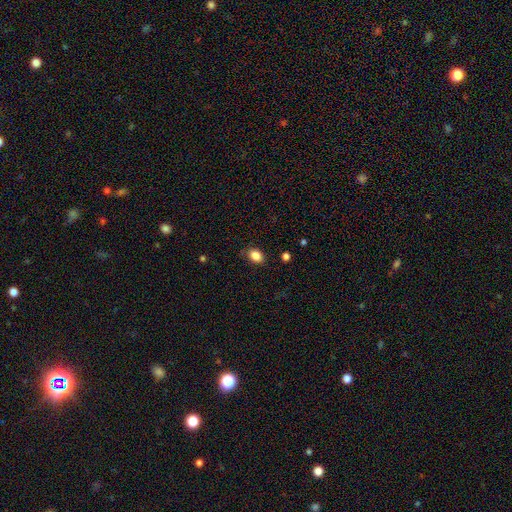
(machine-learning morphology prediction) A smooth galaxy with no disk features (85%) that is in between round and cigar-shaped (74%). Merging: none (81%).